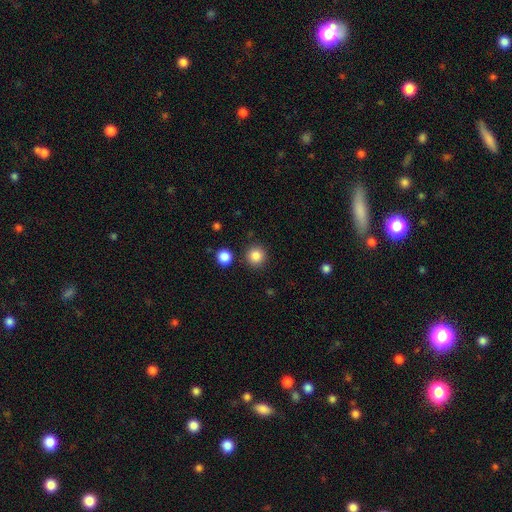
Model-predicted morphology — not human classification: A smooth galaxy with no disk features (86%) that is round (94%). Merging: none (88%).